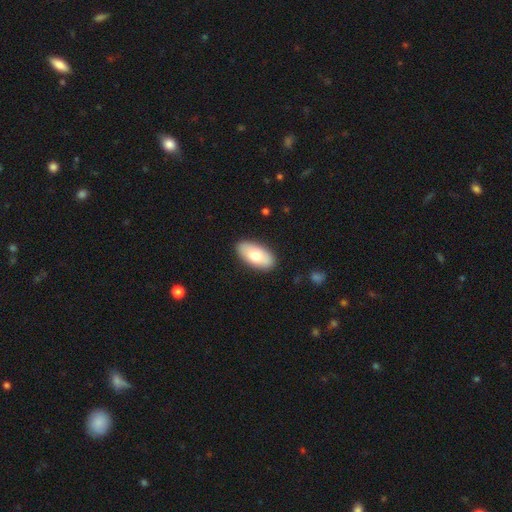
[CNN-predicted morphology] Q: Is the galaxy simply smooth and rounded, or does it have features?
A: smooth — 73%.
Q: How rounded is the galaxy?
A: in between — 93%.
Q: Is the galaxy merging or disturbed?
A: none — 88%.